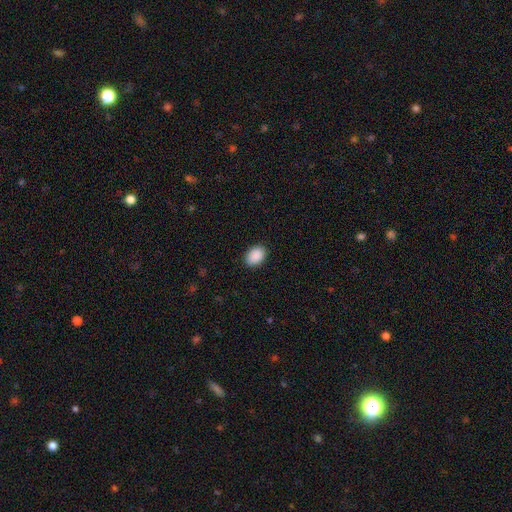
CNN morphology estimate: This is clearly a smooth galaxy (91%). How rounded: clearly in between (80%). Merging: clearly none (89%).